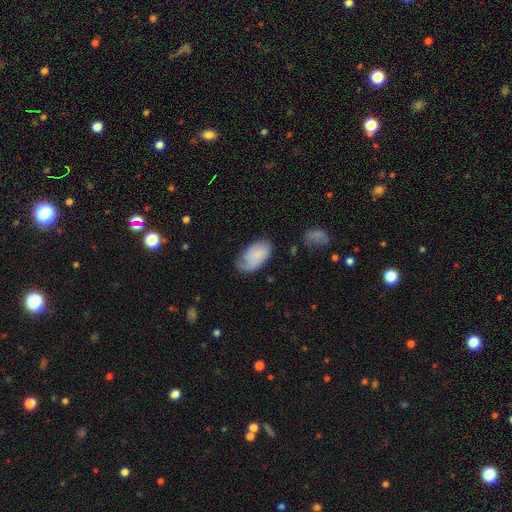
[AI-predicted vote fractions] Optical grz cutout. It shows a smooth galaxy with no disk features (65%) that is in between round and cigar-shaped (94%). Merging: none (57%).